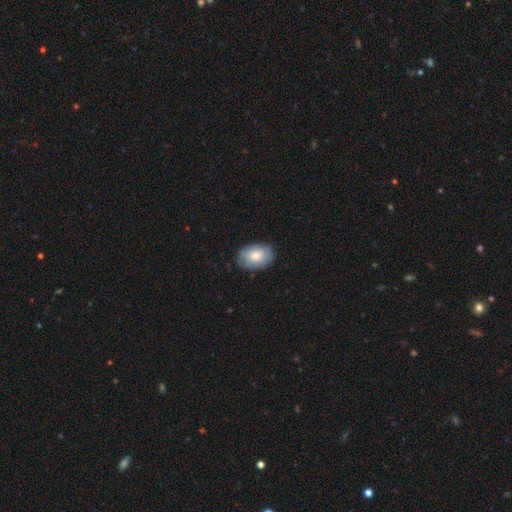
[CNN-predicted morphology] Q: Smooth or featured?
A: smooth (76%); runner-up: featured or disk (18%)
Q: How rounded?
A: in between (87%); runner-up: round (11%)
Q: Merging?
A: none (78%); runner-up: minor disturbance (17%)